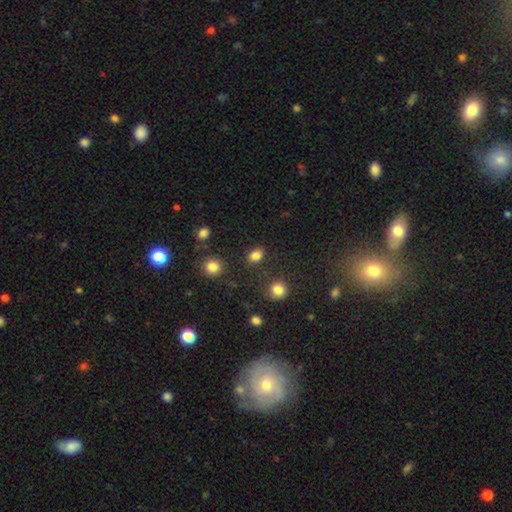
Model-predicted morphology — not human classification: smooth_or_featured: smooth (p=0.83) [alt: star or artifact p=0.12]
how_rounded: in between (p=0.69) [alt: round p=0.29]
merging: none (p=0.83) [alt: minor disturbance p=0.10]